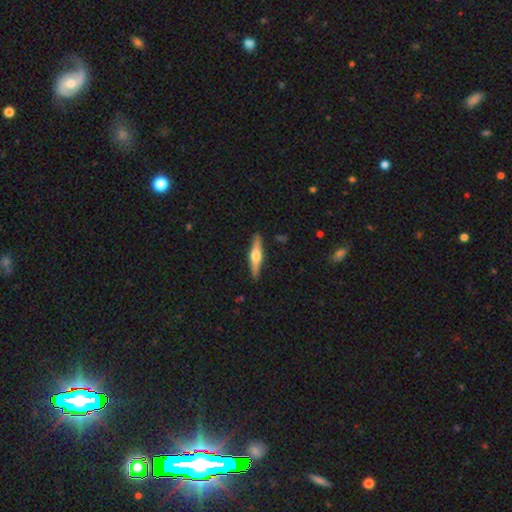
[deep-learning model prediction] This appears to be a featured or disk galaxy (66%) viewed edge-on (97%) with a rounded central bulge (93%). Merging: none (90%).